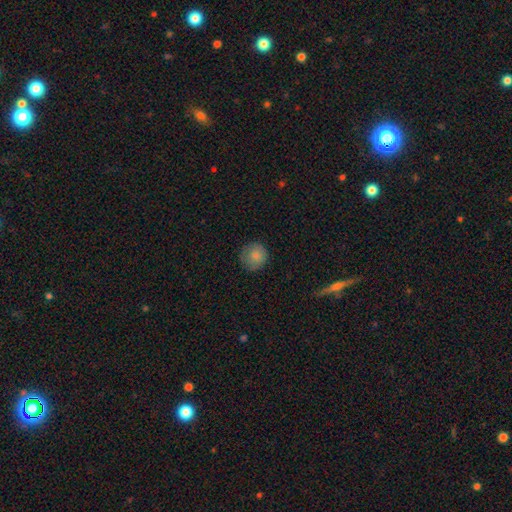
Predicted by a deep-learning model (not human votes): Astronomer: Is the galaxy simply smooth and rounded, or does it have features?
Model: smooth — 85%.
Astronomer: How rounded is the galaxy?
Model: round — 93%.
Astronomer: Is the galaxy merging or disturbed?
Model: none — 83%.